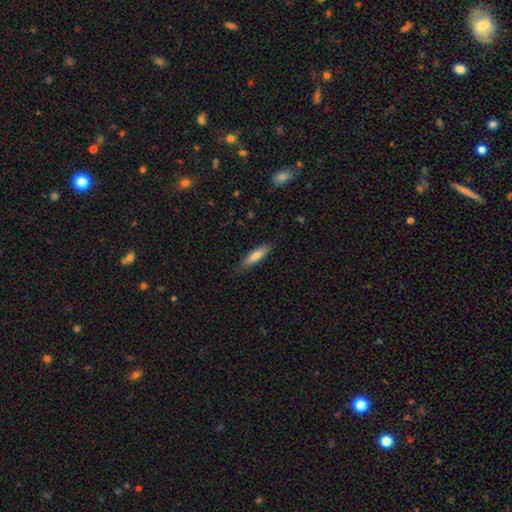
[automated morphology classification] The model was most divided on "how rounded": cigar-shaped: 69%, in between: 29%, round: 1%. More confident: merging — none (82%); smooth or featured — smooth (78%).